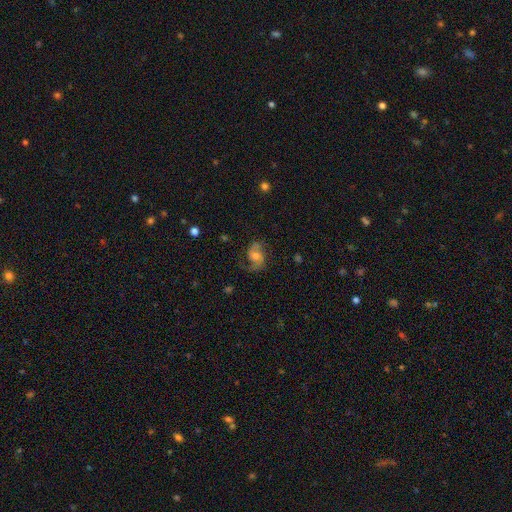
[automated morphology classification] Overall: featured or disk (77%). Edge-on disk: no (97%). Bar: no (59%; weak 34%). Spiral arms: yes (94%). Spiral arm count: 2 (87%). Spiral winding: medium (47%; loose 40%). Bulge size: moderate (57%; small 28%). Merging: none (68%).